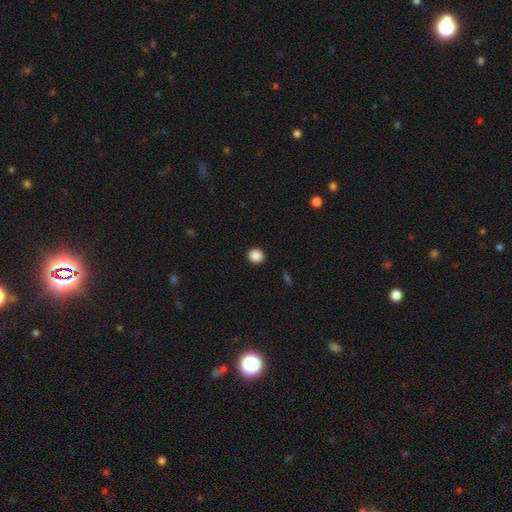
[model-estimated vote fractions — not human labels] smooth 88%, star or artifact 10%, featured or disk 3%. Down the decision tree: how rounded — round (92%); merging — none (93%).